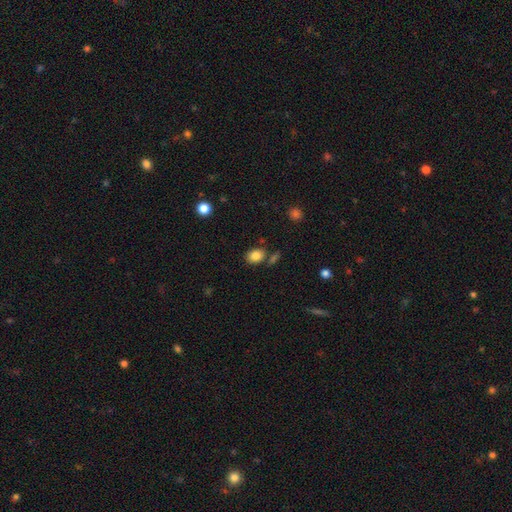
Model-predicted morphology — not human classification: A smooth galaxy with no disk features (84%) that is in between round and cigar-shaped (63%). Merging: none (73%).